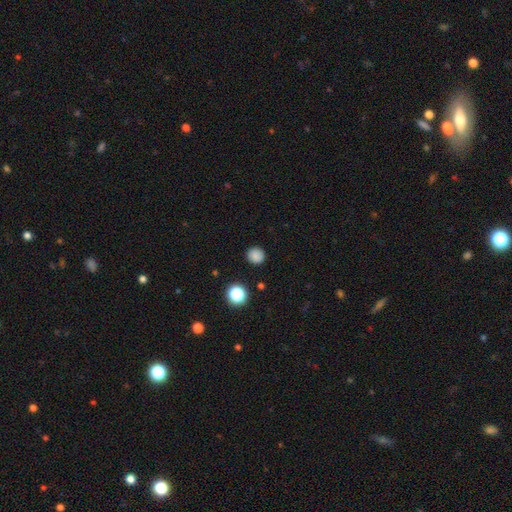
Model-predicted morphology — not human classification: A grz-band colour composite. It shows a smooth galaxy with no disk features (84%) that is round (89%). Merging: none (89%).